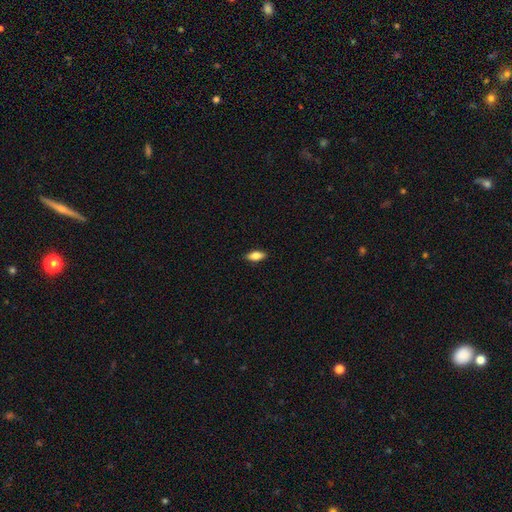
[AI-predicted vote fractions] This appears to be a smooth galaxy with no disk features (79%) that is in between round and cigar-shaped (82%). Merging: none (89%).